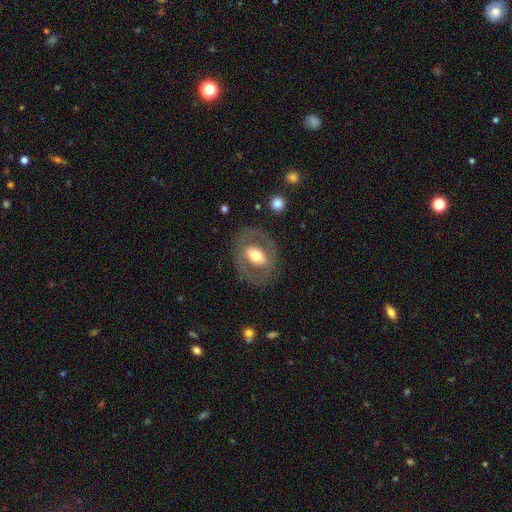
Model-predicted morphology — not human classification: Smooth or featured: featured or disk — 53% (smooth — 41%)
Edge-on disk: no — 93% (yes — 7%)
Merging: none — 78% (minor disturbance — 12%)